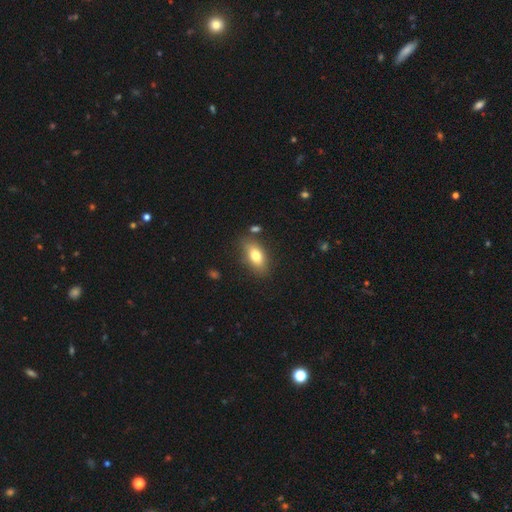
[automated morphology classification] Smooth or featured? Predicted: smooth (p=0.76). How rounded? Predicted: in between (p=0.85). Merging? Predicted: none (p=0.78).